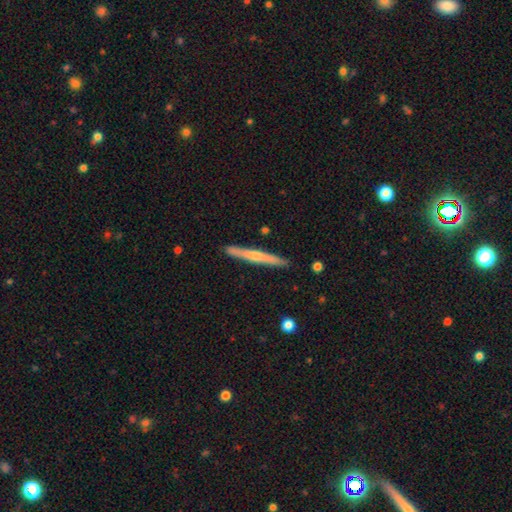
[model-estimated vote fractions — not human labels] Smooth or featured?
  - featured or disk: 60% *
  - smooth: 30%
  - star or artifact: 10%
Edge-on disk?
  - yes: 96% *
  - no: 4%
Edge-on bulge?
  - rounded: 61% *
  - none: 31%
  - boxy: 8%
Merging?
  - none: 88% *
  - minor disturbance: 8%
  - major disturbance: 2%
  - merger: 2%